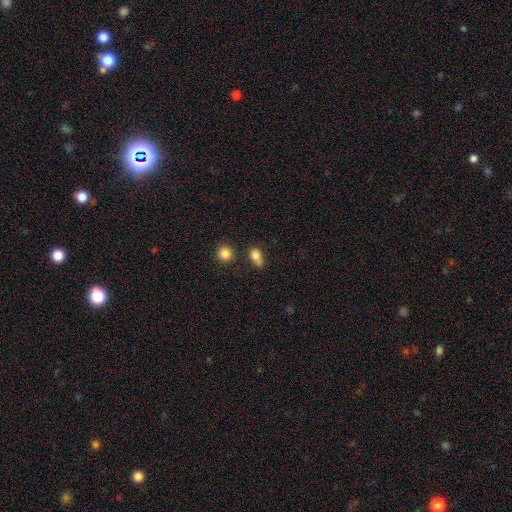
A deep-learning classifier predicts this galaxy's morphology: Q: Smooth or featured?
A: smooth (82%); runner-up: star or artifact (10%)
Q: How rounded?
A: in between (73%); runner-up: round (23%)
Q: Merging?
A: none (56%); runner-up: minor disturbance (27%)